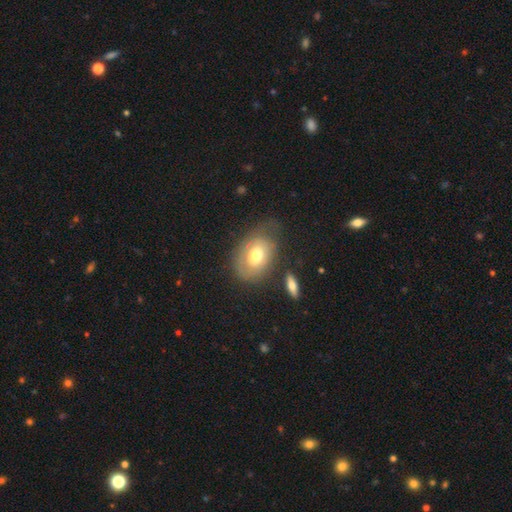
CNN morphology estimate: Smooth or featured?
  - smooth: 53% *
  - featured or disk: 39%
  - star or artifact: 8%
How rounded?
  - in between: 76% *
  - round: 23%
  - cigar-shaped: 1%
Merging?
  - none: 56% *
  - minor disturbance: 26%
  - major disturbance: 14%
  - merger: 5%